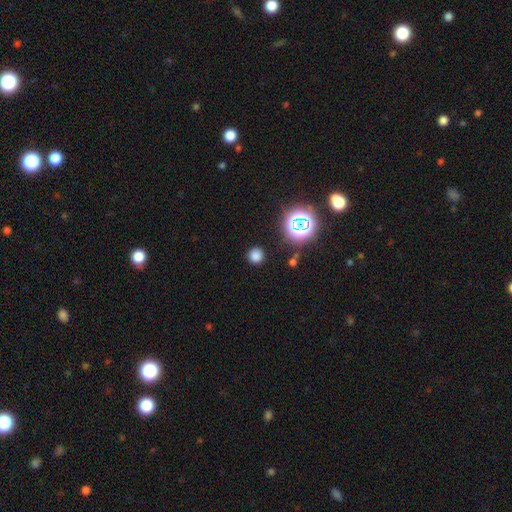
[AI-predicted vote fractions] This is likely a smooth galaxy (73%). How rounded: clearly round (92%). Merging: clearly none (88%).